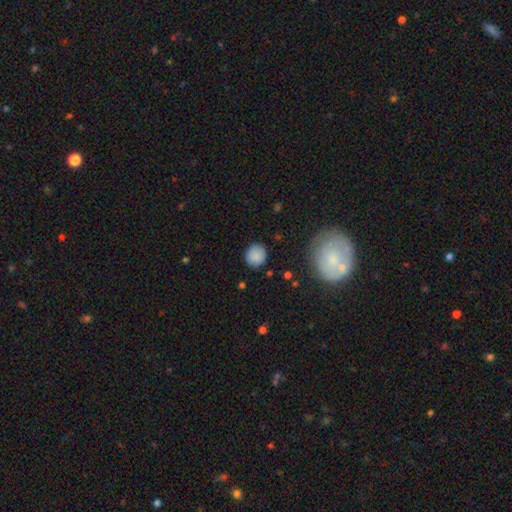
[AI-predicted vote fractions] The model was most divided on "merging": none: 87%, minor disturbance: 9%, major disturbance: 3%, merger: 1%. More confident: how rounded — round (88%); smooth or featured — smooth (87%).